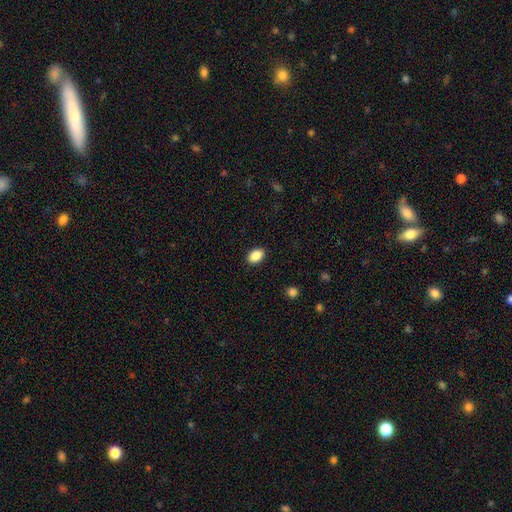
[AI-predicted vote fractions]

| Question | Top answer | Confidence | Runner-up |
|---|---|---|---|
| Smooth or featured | smooth | 88% | star or artifact (8%) |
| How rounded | in between | 88% | round (11%) |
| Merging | none | 89% | minor disturbance (8%) |